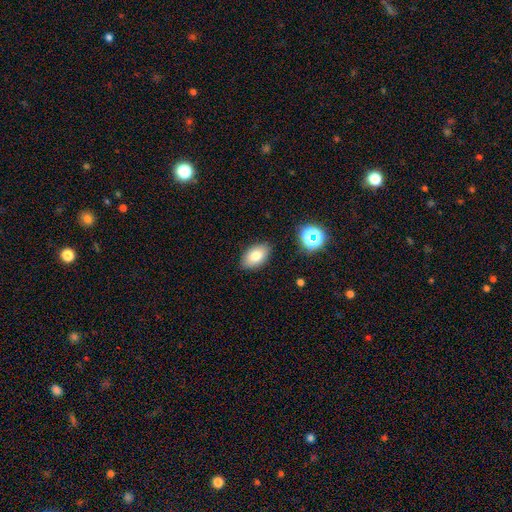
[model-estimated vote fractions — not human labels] smooth 78%, featured or disk 12%, star or artifact 10%. Down the decision tree: how rounded — in between (91%); merging — none (86%).